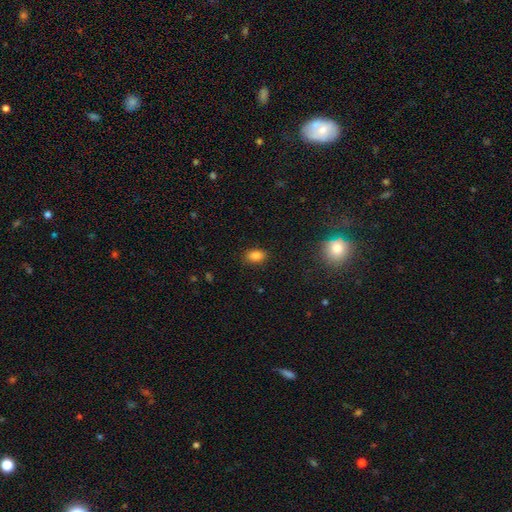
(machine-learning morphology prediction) A smooth galaxy with no disk features (84%) that is in between round and cigar-shaped (85%). Merging: none (87%).